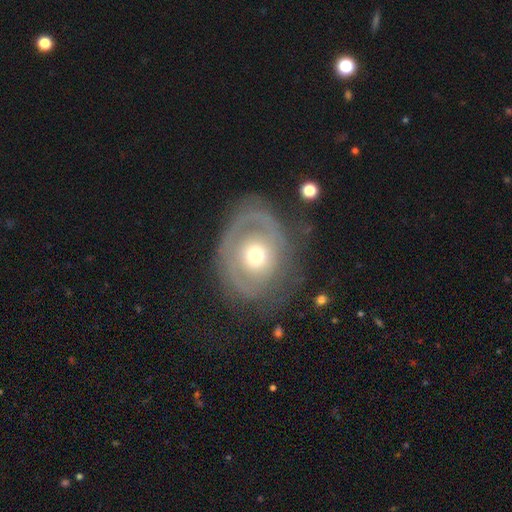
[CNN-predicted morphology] smooth-or-featured: featured or disk: 62% | smooth: 31% | star or artifact: 7%
  disk-edge-on: no: 95% | yes: 5%
    bar: no: 85% | weak: 12% | strong: 3%
    has-spiral-arms: no: 51% | yes: 49%
    bulge-size: moderate: 61% | small: 25% | large: 11% | dominant: 2% | none: 1%
  merging: none: 54% | major disturbance: 22% | minor disturbance: 21% | merger: 3%